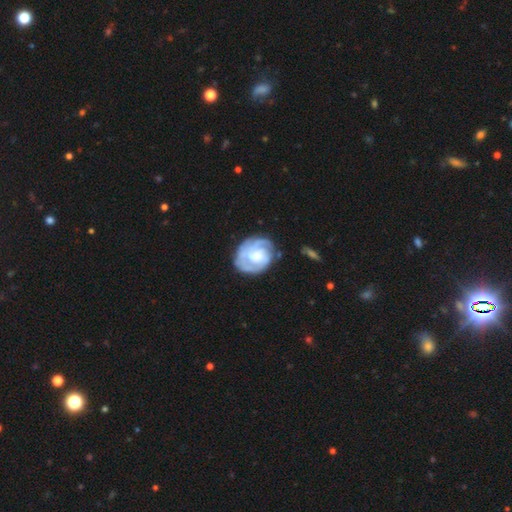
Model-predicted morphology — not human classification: smooth-or-featured: featured or disk: 79% | smooth: 17% | star or artifact: 5%
  disk-edge-on: no: 98% | yes: 2%
    bar: no: 68% | weak: 27% | strong: 5%
    has-spiral-arms: yes: 91% | no: 9%
      spiral-winding: tight: 65% | medium: 27% | loose: 8%
      spiral-arm-count: can't tell: 31% | 2: 30% | 3: 18% | 1: 13% | 4: 5% | more than 4: 4%
    bulge-size: moderate: 44% | small: 30% | large: 16% | none: 8% | dominant: 2%
  merging: none: 68% | minor disturbance: 20% | major disturbance: 10% | merger: 2%